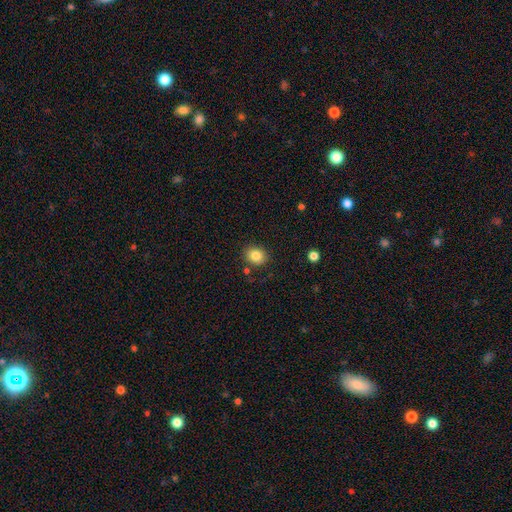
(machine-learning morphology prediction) smooth_or_featured: smooth (p=0.84) [alt: star or artifact p=0.10]
how_rounded: round (p=0.65) [alt: in between p=0.35]
merging: none (p=0.84) [alt: minor disturbance p=0.10]